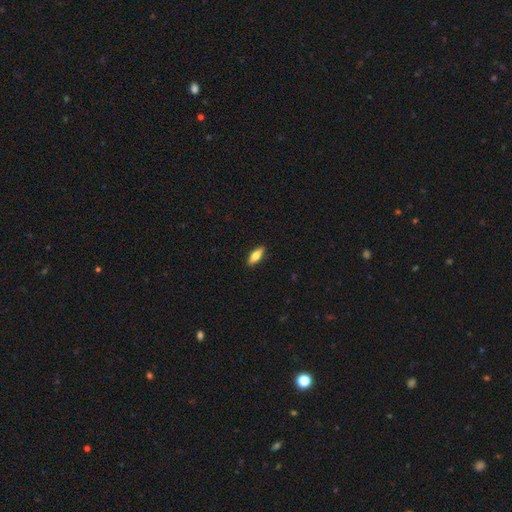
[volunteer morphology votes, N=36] smooth-or-featured: smooth: 67% | featured or disk: 31% | star or artifact: 3%
  how-rounded: cigar-shaped: 54% | in between: 46% | round: 0%
  merging: none: 86% | minor disturbance: 14% | major disturbance: 0% | merger: 0%